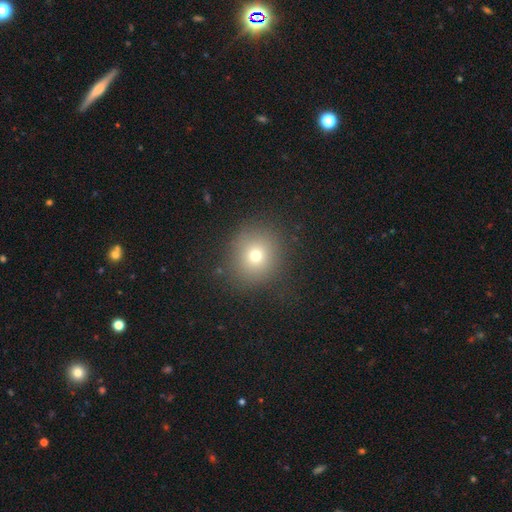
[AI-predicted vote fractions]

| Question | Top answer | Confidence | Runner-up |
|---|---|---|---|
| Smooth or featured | smooth | 71% | star or artifact (17%) |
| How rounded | round | 86% | in between (13%) |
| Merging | none | 85% | minor disturbance (9%) |